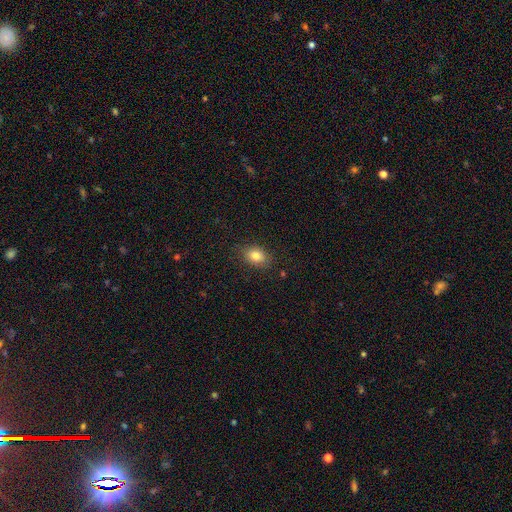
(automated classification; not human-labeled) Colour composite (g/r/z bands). It shows a smooth galaxy with no disk features (82%) that is in between round and cigar-shaped (79%). Merging: none (84%).